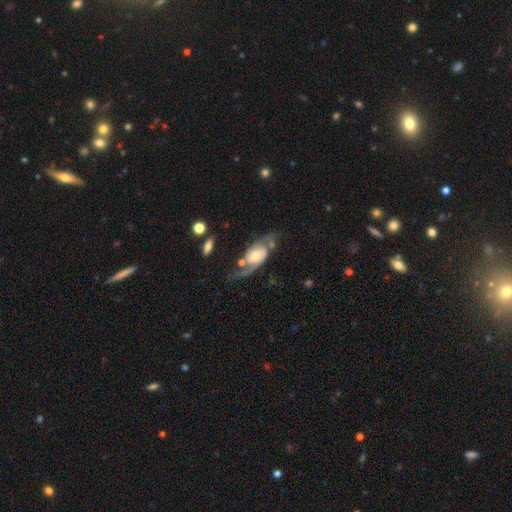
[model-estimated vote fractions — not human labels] smooth_or_featured: featured or disk (p=0.83) [alt: smooth p=0.12]
disk_edge_on: no (p=0.93) [alt: yes p=0.07]
bar: no (p=0.60) [alt: weak p=0.31]
has_spiral_arms: yes (p=0.94) [alt: no p=0.06]
spiral_winding: medium (p=0.44) [alt: loose p=0.40]
spiral_arm_count: 2 (p=0.87) [alt: 1 p=0.05]
bulge_size: moderate (p=0.54) [alt: small p=0.26]
merging: none (p=0.56) [alt: minor disturbance p=0.20]